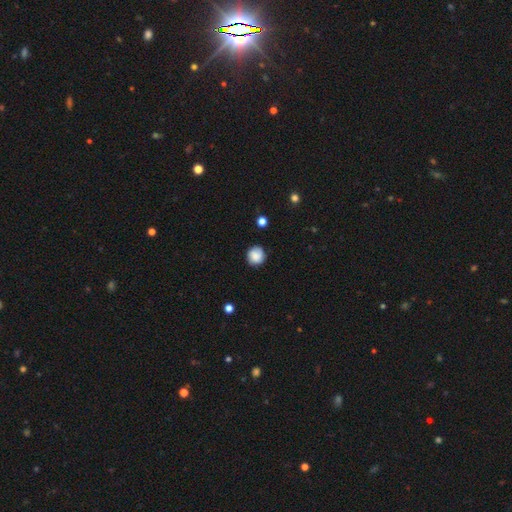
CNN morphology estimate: Smooth or featured? Predicted: smooth (p=0.81). How rounded? Predicted: round (p=0.91). Merging? Predicted: none (p=0.82).